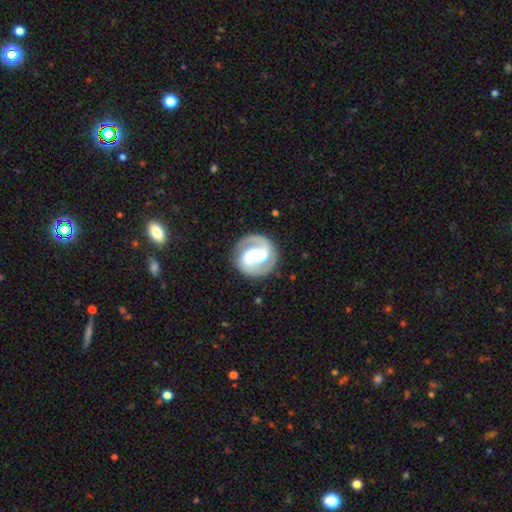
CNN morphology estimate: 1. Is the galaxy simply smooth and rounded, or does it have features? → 86% featured or disk, 10% smooth, 4% star or artifact.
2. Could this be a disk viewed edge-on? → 98% no, 2% yes.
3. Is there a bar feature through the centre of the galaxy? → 54% strong, 34% weak, 11% no.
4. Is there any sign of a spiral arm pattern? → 93% yes, 7% no.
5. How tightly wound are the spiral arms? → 47% medium, 40% tight, 13% loose.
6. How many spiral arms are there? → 90% 2, 4% 1, 3% can't tell, 1% 3, 1% 4, 1% more than 4.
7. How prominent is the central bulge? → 51% moderate, 22% large, 22% small, 3% none, 3% dominant.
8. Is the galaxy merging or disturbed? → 85% none, 9% minor disturbance, 4% major disturbance, 1% merger.